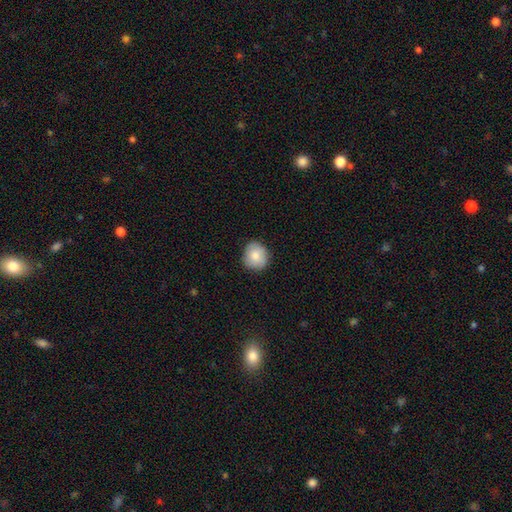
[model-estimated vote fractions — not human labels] smooth-or-featured: smooth: 83% | featured or disk: 9% | star or artifact: 7%
  how-rounded: round: 83% | in between: 16% | cigar-shaped: 1%
  merging: none: 85% | minor disturbance: 12% | major disturbance: 2% | merger: 1%